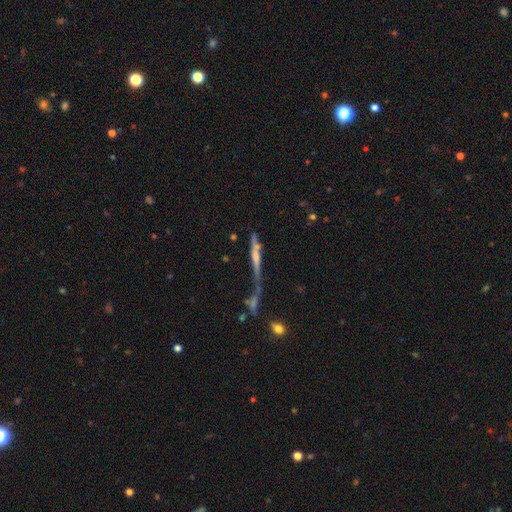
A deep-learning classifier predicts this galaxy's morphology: A featured or disk galaxy (53%) viewed edge-on (79%). Merging: merger (39%).